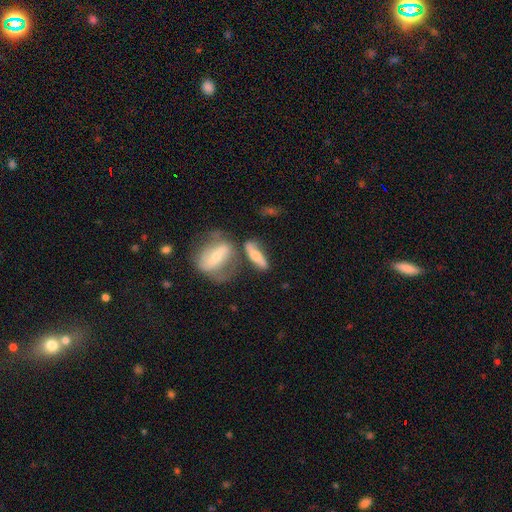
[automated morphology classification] The model was most divided on "smooth or featured": smooth: 48%, featured or disk: 44%, star or artifact: 8%. More confident: merging — none (51%).